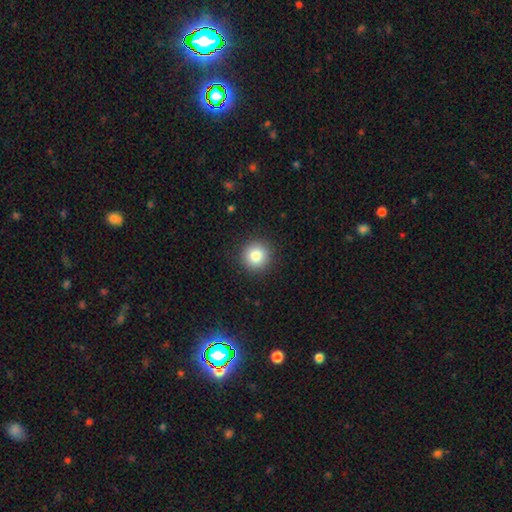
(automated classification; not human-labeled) Smooth or featured: smooth — 84% (star or artifact — 10%)
How rounded: round — 95% (in between — 4%)
Merging: none — 92% (minor disturbance — 5%)